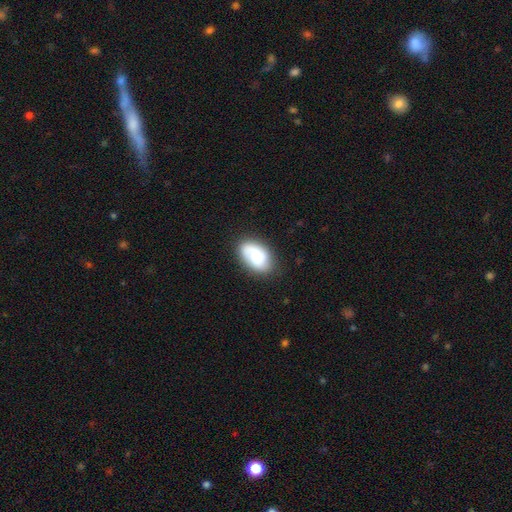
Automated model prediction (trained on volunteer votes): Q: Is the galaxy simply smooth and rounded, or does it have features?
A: smooth — 59%.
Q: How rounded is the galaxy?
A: in between — 88%.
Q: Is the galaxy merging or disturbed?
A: none — 77%.